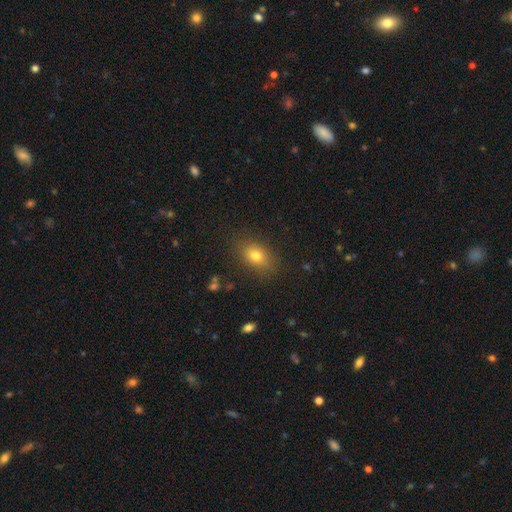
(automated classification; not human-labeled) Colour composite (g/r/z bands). It shows a smooth galaxy with no disk features (77%) that is in between round and cigar-shaped (77%). Merging: none (84%).